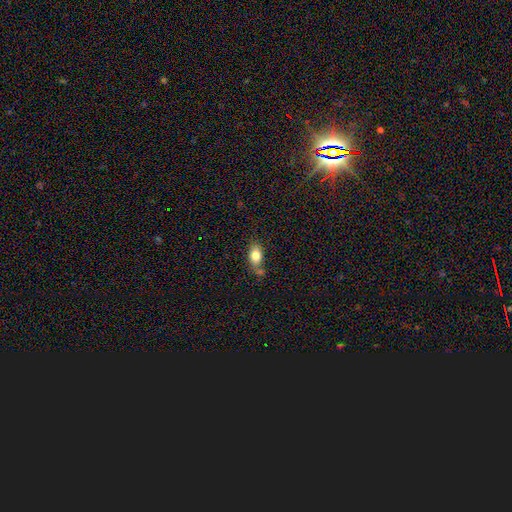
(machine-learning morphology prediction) type=smooth (80%); roundness=in between (84%); merging=none (58%).